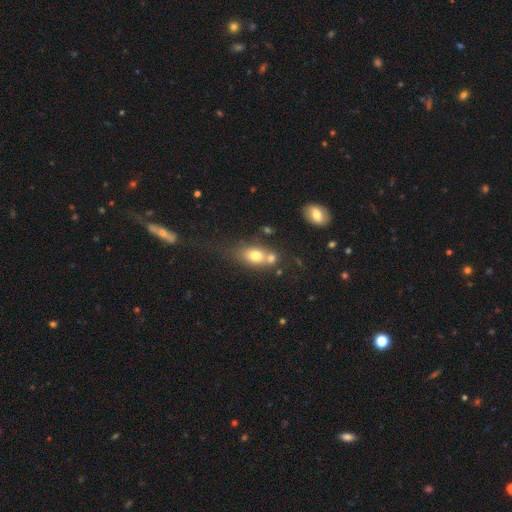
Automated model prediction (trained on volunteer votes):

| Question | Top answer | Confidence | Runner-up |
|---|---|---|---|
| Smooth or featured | smooth | 72% | featured or disk (17%) |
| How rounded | in between | 69% | round (27%) |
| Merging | merger | 43% | none (37%) |